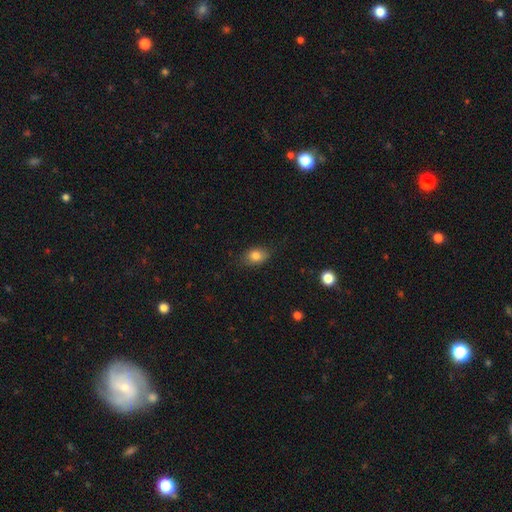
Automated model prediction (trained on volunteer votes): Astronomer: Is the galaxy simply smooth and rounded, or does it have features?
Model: smooth — 82%.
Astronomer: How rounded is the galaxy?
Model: in between — 75%.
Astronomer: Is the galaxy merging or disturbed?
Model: none — 80%.